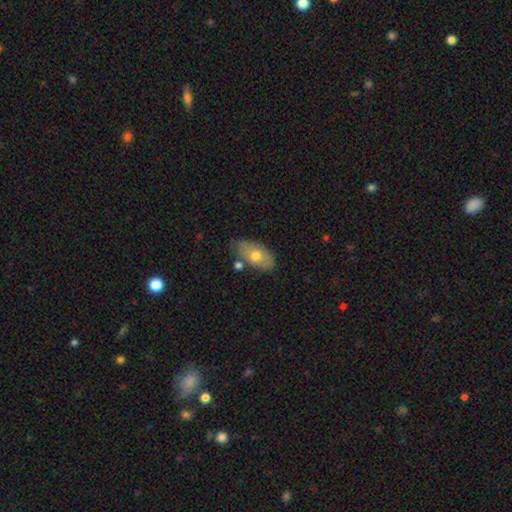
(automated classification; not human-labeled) This appears to be a smooth galaxy with no disk features (64%) that is in between round and cigar-shaped (91%). Merging: none (70%).